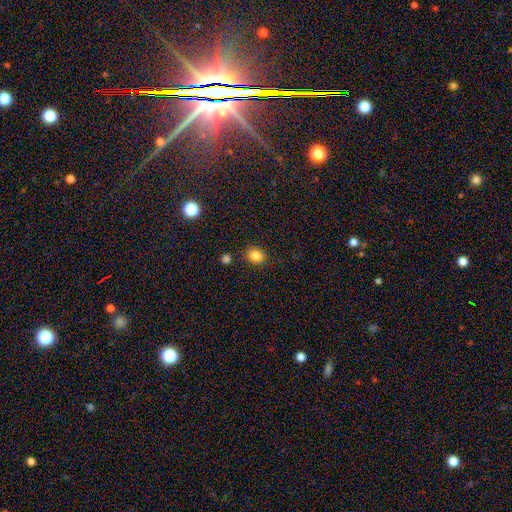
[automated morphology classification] Smooth or featured? smooth (84%)
How rounded? round (55%)
Merging? none (83%)